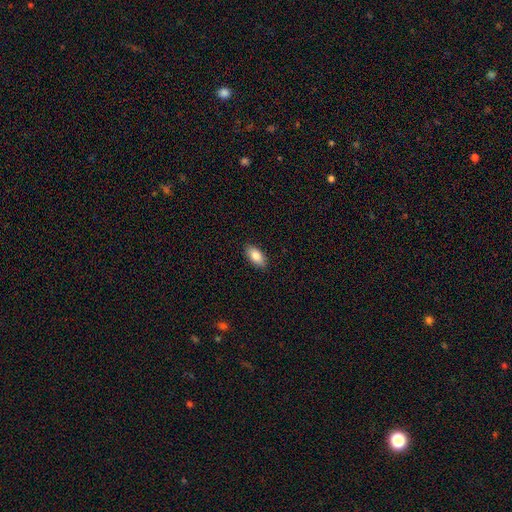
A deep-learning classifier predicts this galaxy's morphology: smooth_or_featured: smooth (p=0.84) [alt: featured or disk p=0.09]
how_rounded: in between (p=0.90) [alt: cigar-shaped p=0.07]
merging: none (p=0.89) [alt: minor disturbance p=0.08]